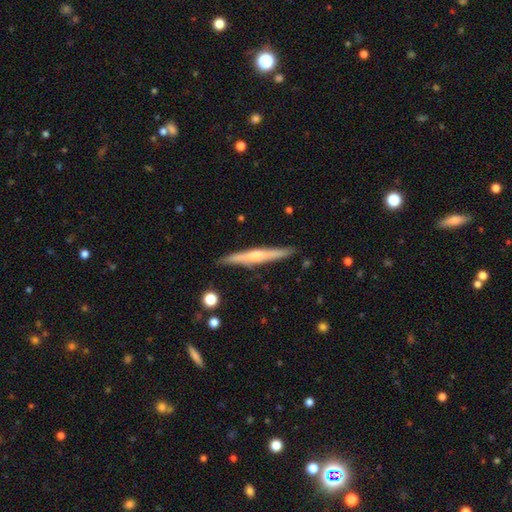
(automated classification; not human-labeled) Smooth or featured? featured or disk (59%)
Edge-on disk? yes (96%)
Edge-on bulge? rounded (64%)
Merging? none (89%)